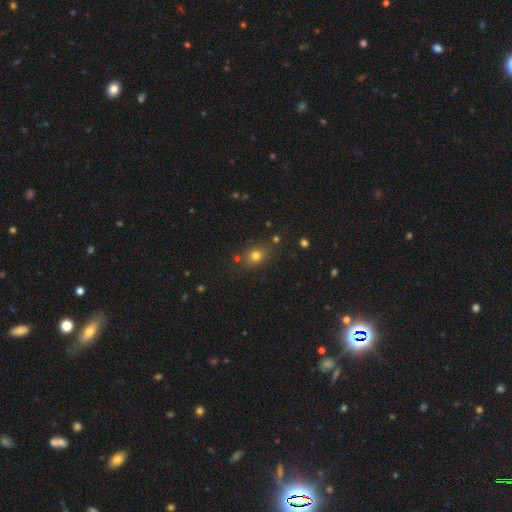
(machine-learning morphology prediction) Smooth or featured? Predicted: smooth (p=0.76). How rounded? Predicted: round (p=0.57). Merging? Predicted: none (p=0.74).